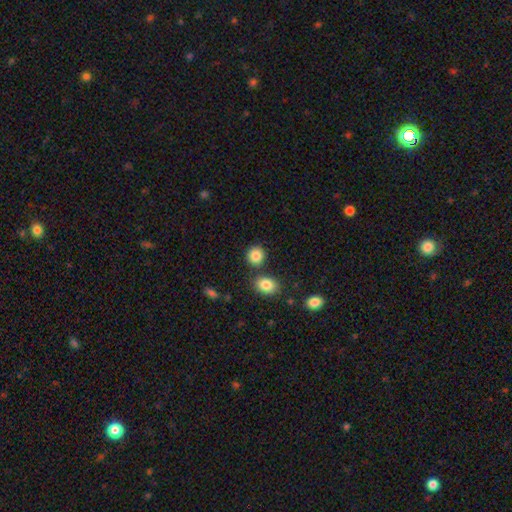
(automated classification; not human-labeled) smooth-or-featured: smooth: 86% | star or artifact: 9% | featured or disk: 5%
  how-rounded: round: 80% | in between: 19% | cigar-shaped: 1%
  merging: none: 78% | merger: 11% | minor disturbance: 9% | major disturbance: 3%